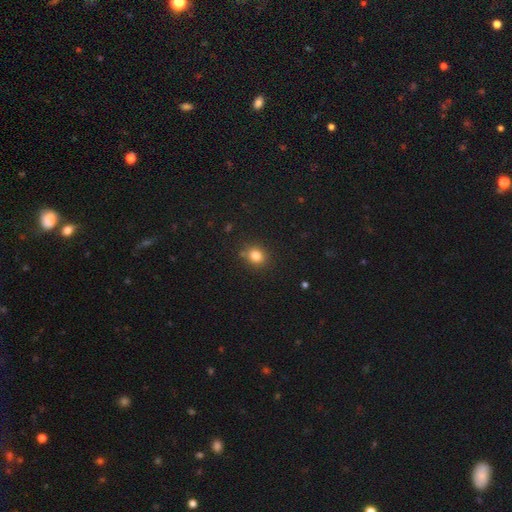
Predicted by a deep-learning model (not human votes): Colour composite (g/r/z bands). It shows a smooth galaxy with no disk features (82%) that is round (71%). Merging: none (83%).